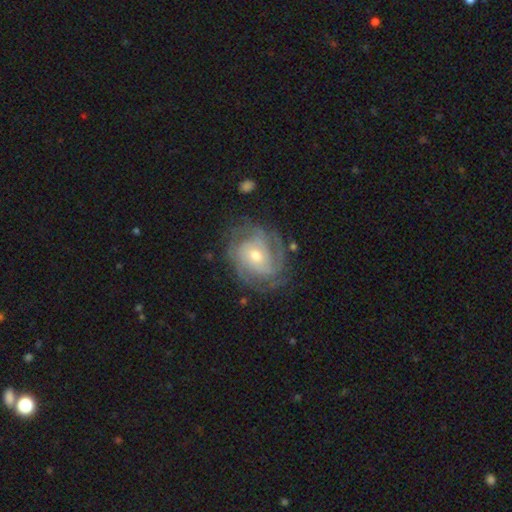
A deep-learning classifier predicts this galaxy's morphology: Smooth or featured?
  - featured or disk: 85% *
  - smooth: 9%
  - star or artifact: 5%
Edge-on disk?
  - no: 97% *
  - yes: 3%
Bar?
  - no: 67% *
  - weak: 27%
  - strong: 6%
Spiral arms?
  - yes: 94% *
  - no: 6%
Spiral winding?
  - tight: 65% *
  - medium: 28%
  - loose: 7%
Spiral arm count?
  - can't tell: 31% *
  - 3: 25%
  - 2: 18%
  - 4: 14%
  - more than 4: 6%
  - 1: 6%
Bulge size?
  - moderate: 54% *
  - small: 41%
  - large: 3%
  - none: 1%
  - dominant: 1%
Merging?
  - none: 73% *
  - minor disturbance: 17%
  - major disturbance: 8%
  - merger: 1%